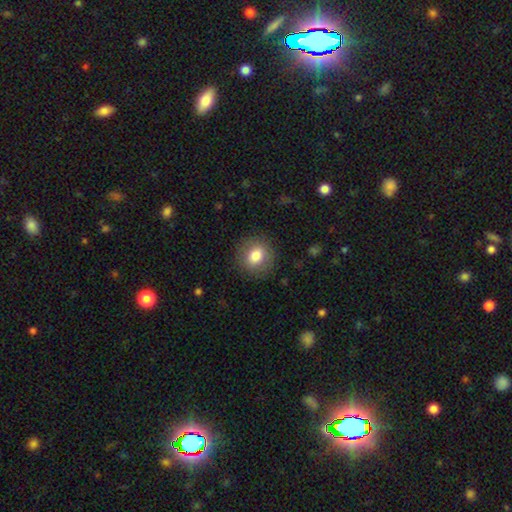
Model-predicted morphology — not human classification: Smooth or featured: smooth — 81% (featured or disk — 11%)
How rounded: round — 77% (in between — 22%)
Merging: none — 86% (minor disturbance — 9%)